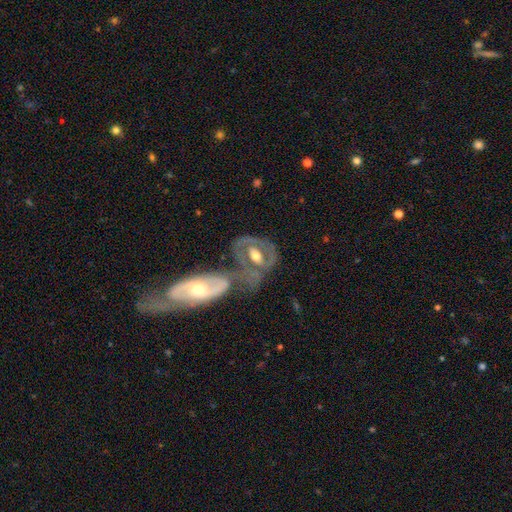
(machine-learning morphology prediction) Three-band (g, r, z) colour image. It shows a featured or disk galaxy (67%) with no bar (50%), no spiral arms (57%) and a moderate central bulge (69%). Merging: merger (38%).